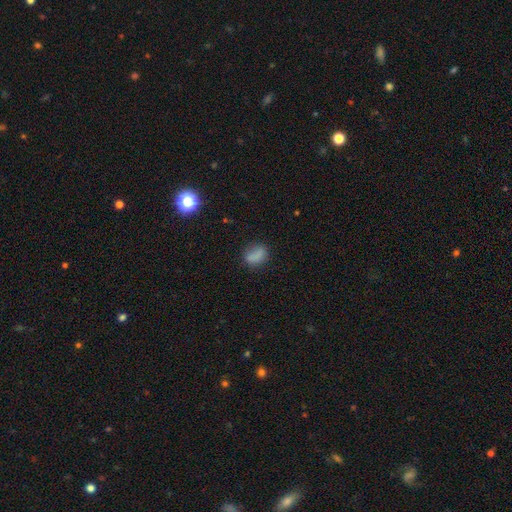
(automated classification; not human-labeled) This appears to be a smooth galaxy with no disk features (79%) that is in between round and cigar-shaped (64%). Merging: none (68%).